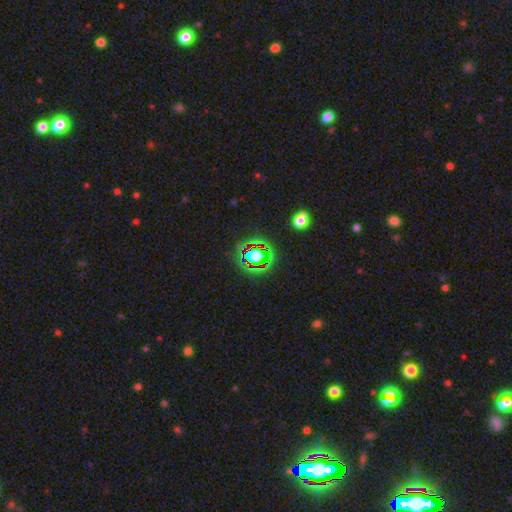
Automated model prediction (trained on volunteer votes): The model was most divided on "smooth or featured": star or artifact: 65%, smooth: 21%, featured or disk: 14%.